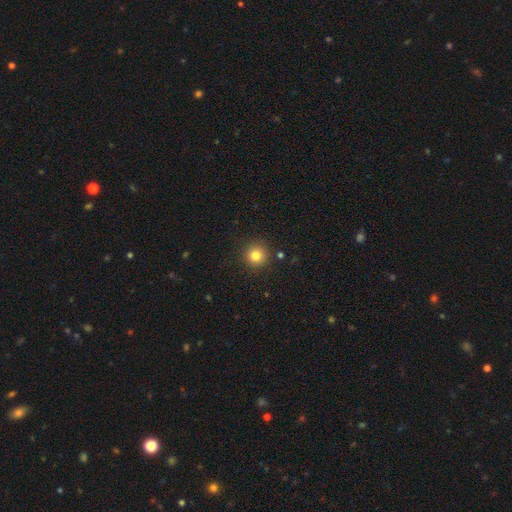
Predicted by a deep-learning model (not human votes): smooth_or_featured: smooth (p=0.82) [alt: star or artifact p=0.12]
how_rounded: round (p=0.95) [alt: in between p=0.04]
merging: none (p=0.90) [alt: minor disturbance p=0.06]